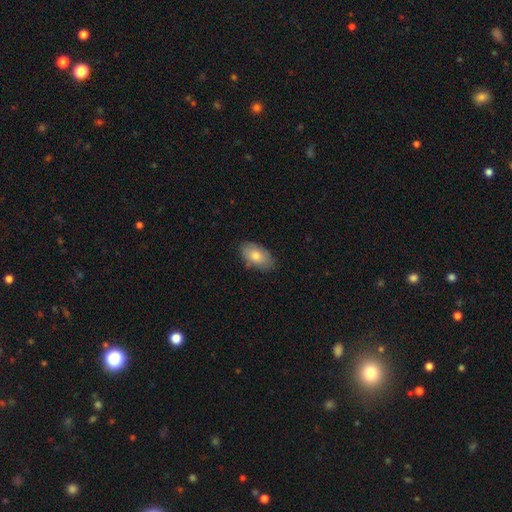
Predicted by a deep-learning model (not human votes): smooth_or_featured: smooth (p=0.77) [alt: featured or disk p=0.16]
how_rounded: in between (p=0.93) [alt: round p=0.05]
merging: none (p=0.79) [alt: minor disturbance p=0.16]